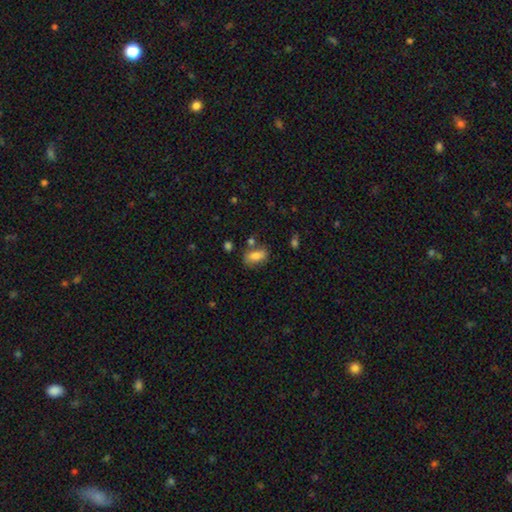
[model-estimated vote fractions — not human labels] The model was most divided on "merging": none: 65%, minor disturbance: 19%, merger: 10%, major disturbance: 6%. More confident: how rounded — in between (87%); smooth or featured — smooth (76%).